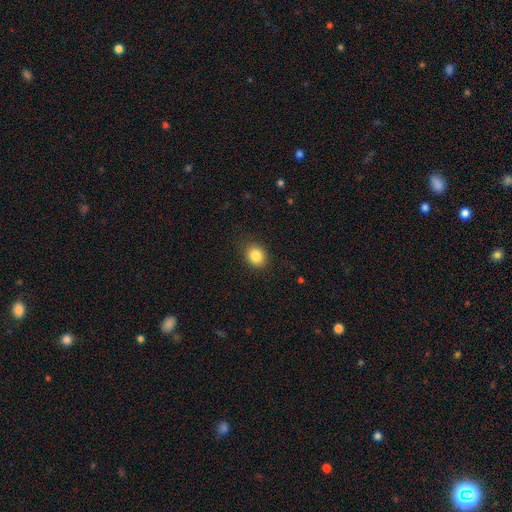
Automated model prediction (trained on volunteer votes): Morphology: type=smooth (85%); roundness=round (59%); merging=none (86%).